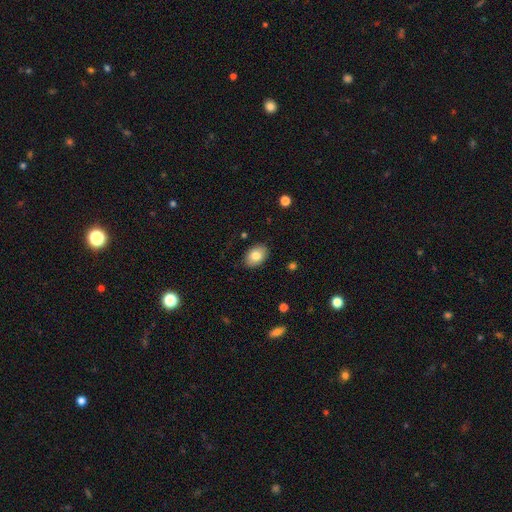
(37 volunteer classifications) smooth_or_featured: smooth (p=0.78) [alt: featured or disk p=0.16]
how_rounded: in between (p=0.86) [alt: round p=0.14]
merging: none (p=0.86) [alt: minor disturbance p=0.11]